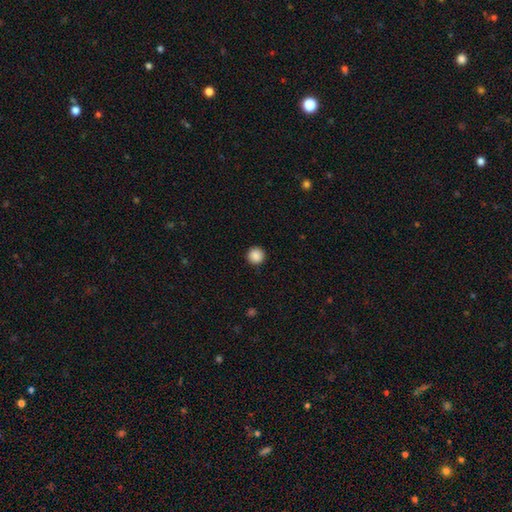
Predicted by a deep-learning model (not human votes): A smooth galaxy with no disk features (88%) that is round (96%). Merging: none (93%).